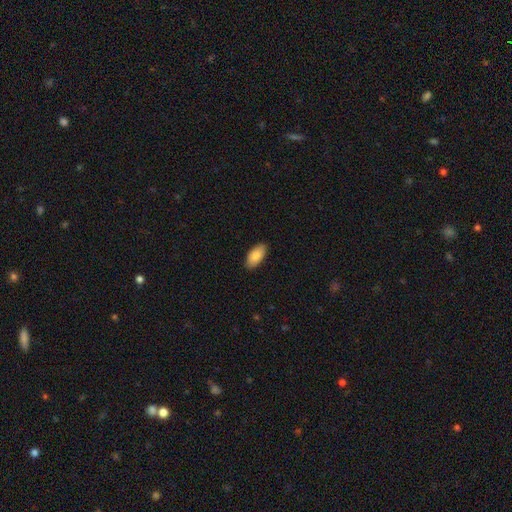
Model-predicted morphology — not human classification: Overall: smooth (85%). How rounded: in between (93%). Merging: none (88%).